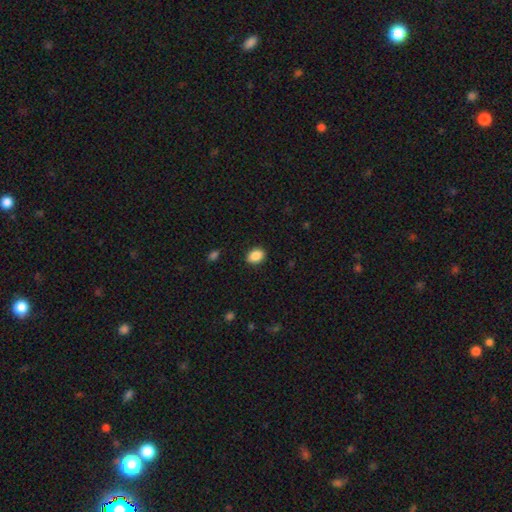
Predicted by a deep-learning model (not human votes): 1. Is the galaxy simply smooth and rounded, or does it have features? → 88% smooth, 8% star or artifact, 4% featured or disk.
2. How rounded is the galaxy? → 73% in between, 26% round, 1% cigar-shaped.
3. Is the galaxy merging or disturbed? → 89% none, 8% minor disturbance, 2% major disturbance, 1% merger.